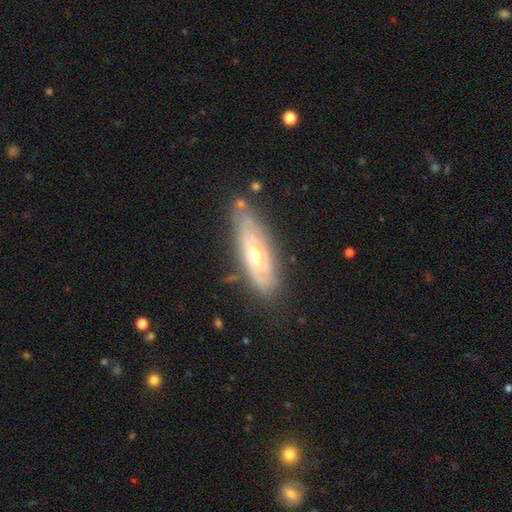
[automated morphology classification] smooth-or-featured: featured or disk: 73% | smooth: 21% | star or artifact: 7%
  disk-edge-on: no: 74% | yes: 26%
    bar: no: 58% | weak: 33% | strong: 8%
    has-spiral-arms: yes: 79% | no: 21%
    bulge-size: moderate: 52% | small: 43% | large: 3% | none: 1% | dominant: 1%
  merging: none: 74% | minor disturbance: 19% | major disturbance: 5% | merger: 3%